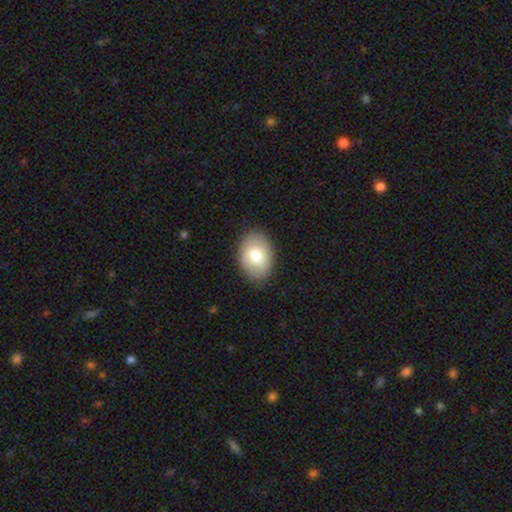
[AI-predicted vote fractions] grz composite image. It shows a smooth galaxy with no disk features (77%) that is in between round and cigar-shaped (79%). Merging: none (86%).